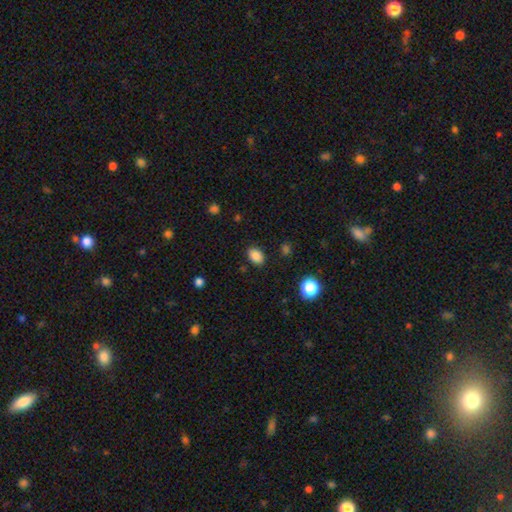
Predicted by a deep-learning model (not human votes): This is clearly a smooth galaxy (86%). How rounded: likely in between (80%). Merging: clearly none (86%).